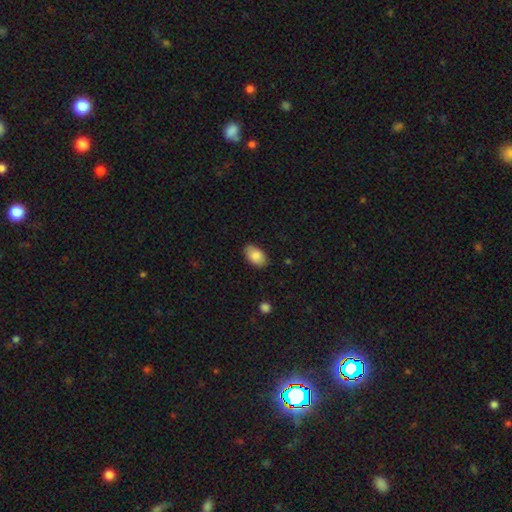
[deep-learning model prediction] This appears to be a smooth galaxy with no disk features (87%) that is in between round and cigar-shaped (92%). Merging: none (85%).